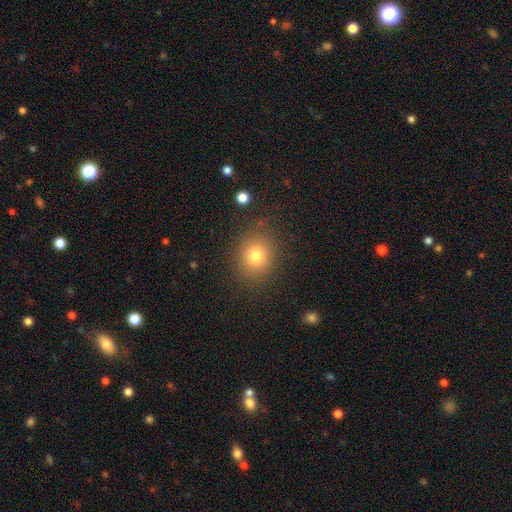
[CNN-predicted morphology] Overall: smooth (76%). How rounded: round (72%). Merging: none (84%).